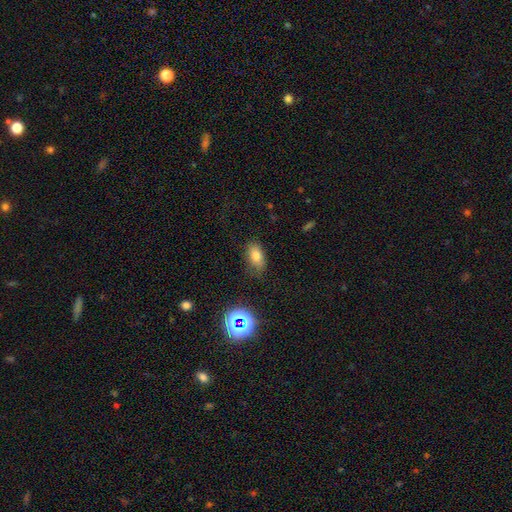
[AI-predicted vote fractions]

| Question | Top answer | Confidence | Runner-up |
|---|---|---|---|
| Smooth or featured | smooth | 75% | star or artifact (15%) |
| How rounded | in between | 86% | round (11%) |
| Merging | none | 77% | minor disturbance (17%) |